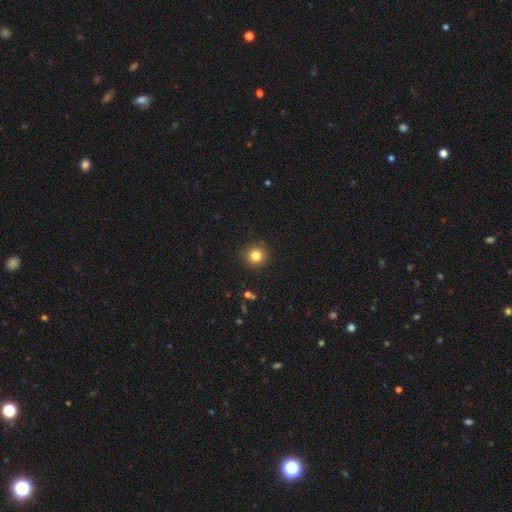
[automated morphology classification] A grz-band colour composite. It shows a smooth galaxy with no disk features (82%) that is round (92%). Merging: none (91%).